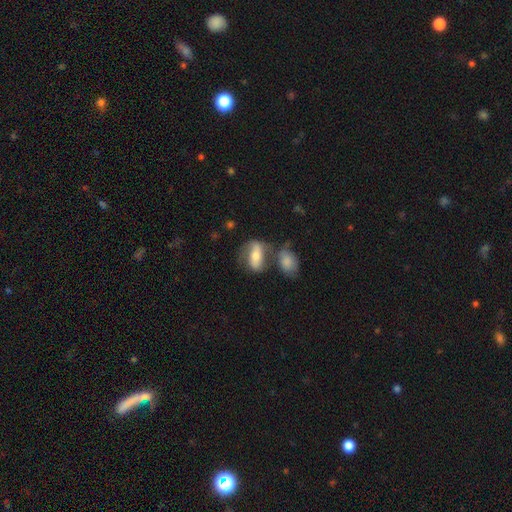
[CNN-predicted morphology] Smooth or featured?
  - featured or disk: 47% *
  - smooth: 46%
  - star or artifact: 8%
Merging?
  - none: 43% *
  - merger: 27%
  - minor disturbance: 18%
  - major disturbance: 12%